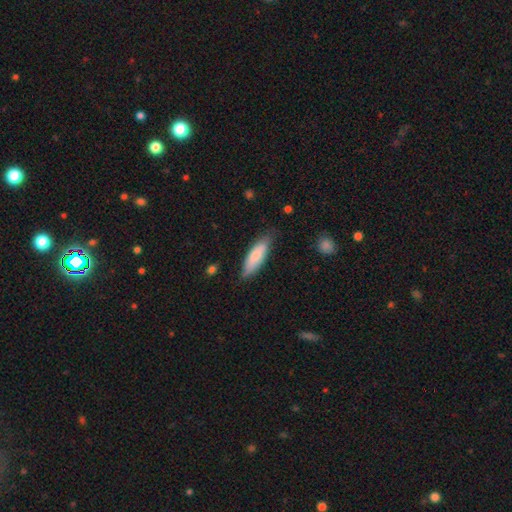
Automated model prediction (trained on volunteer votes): Overall: smooth (78%). How rounded: in between (51%; cigar-shaped 48%). Merging: none (74%).